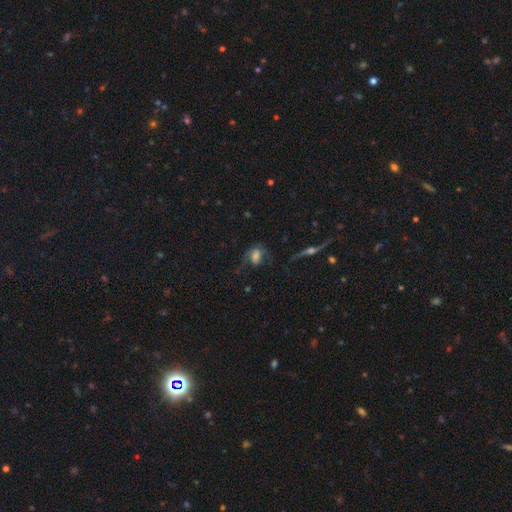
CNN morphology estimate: Smooth or featured?
  - smooth: 46% *
  - featured or disk: 42%
  - star or artifact: 12%
Merging?
  - major disturbance: 39% *
  - none: 35%
  - minor disturbance: 22%
  - merger: 4%